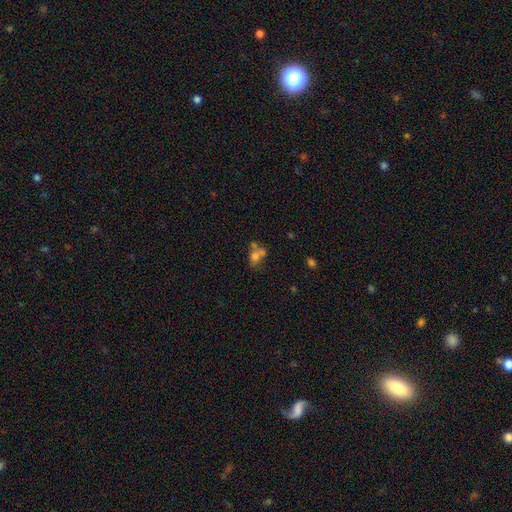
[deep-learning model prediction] Overall: smooth (63%). How rounded: in between (57%; round 41%). Merging: merger (47%; none 30%).